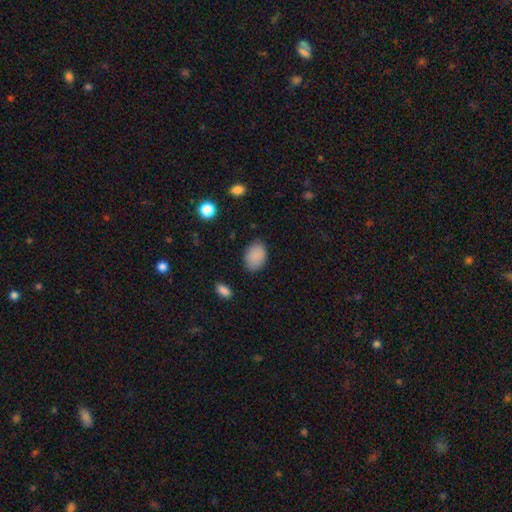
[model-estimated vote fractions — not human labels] A smooth galaxy with no disk features (88%) that is in between round and cigar-shaped (82%). Merging: none (83%).